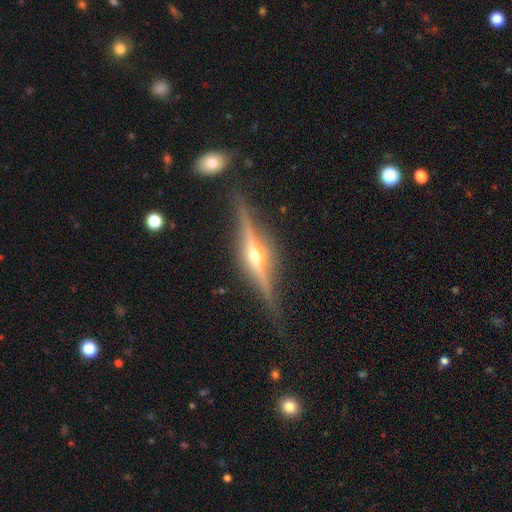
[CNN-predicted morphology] This is clearly a featured or disk galaxy (87%). It is clearly viewed edge-on (98%). Edge-on bulge: clearly rounded (93%). Merging: clearly none (86%).